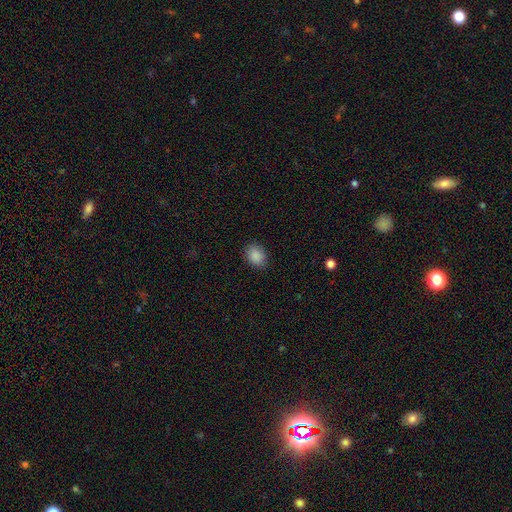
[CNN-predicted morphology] Smooth or featured?
  - smooth: 88% *
  - star or artifact: 8%
  - featured or disk: 3%
How rounded?
  - in between: 60% *
  - round: 39%
  - cigar-shaped: 1%
Merging?
  - none: 85% *
  - minor disturbance: 11%
  - major disturbance: 3%
  - merger: 1%